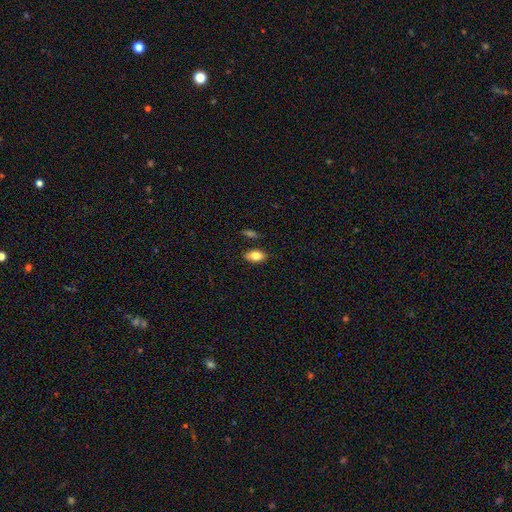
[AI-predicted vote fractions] A smooth galaxy with no disk features (82%) that is in between round and cigar-shaped (91%). Merging: none (83%).